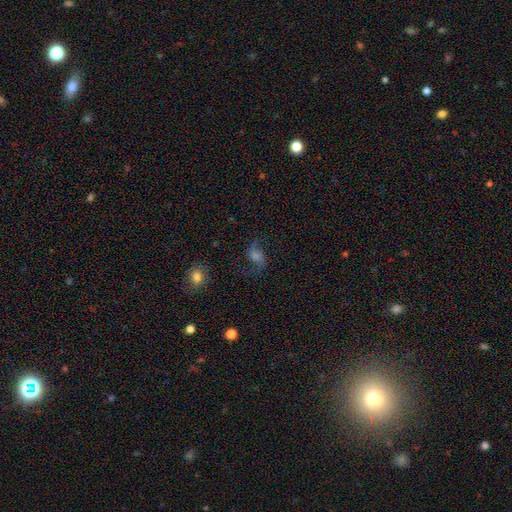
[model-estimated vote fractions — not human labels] A featured or disk galaxy (70%) with no bar (50%), 2 (92%) loose (67%) spiral arms (95%) and a moderate central bulge (38%).

Vote fractions:
- Smooth or featured? featured or disk: 70% / smooth: 16% / star or artifact: 14%
- Edge-on disk? no: 96% / yes: 4%
- Bar? no: 50% / weak: 39% / strong: 11%
- Spiral arms? yes: 95% / no: 5%
- Spiral winding? loose: 67% / medium: 27% / tight: 5%
- Spiral arm count? 2: 92% / 1: 3% / can't tell: 2% / 3: 1% / 4: 1% / more than 4: 1%
- Bulge size? moderate: 38% / small: 27% / large: 16% / none: 15% / dominant: 3%
- Merging? none: 75% / minor disturbance: 14% / major disturbance: 9% / merger: 2%